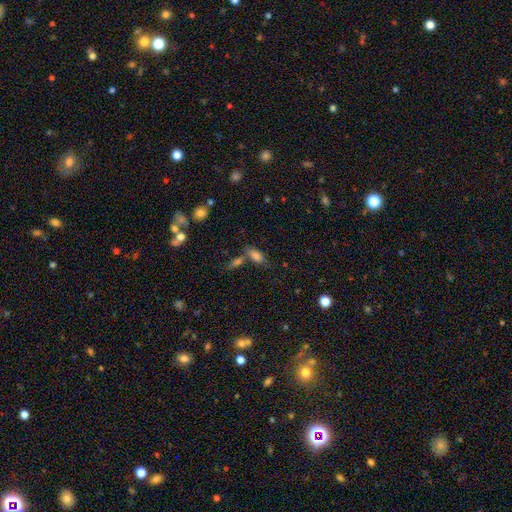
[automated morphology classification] smooth-or-featured: smooth: 79% | star or artifact: 10% | featured or disk: 10%
  how-rounded: in between: 84% | cigar-shaped: 13% | round: 4%
  merging: none: 53% | merger: 29% | minor disturbance: 13% | major disturbance: 5%